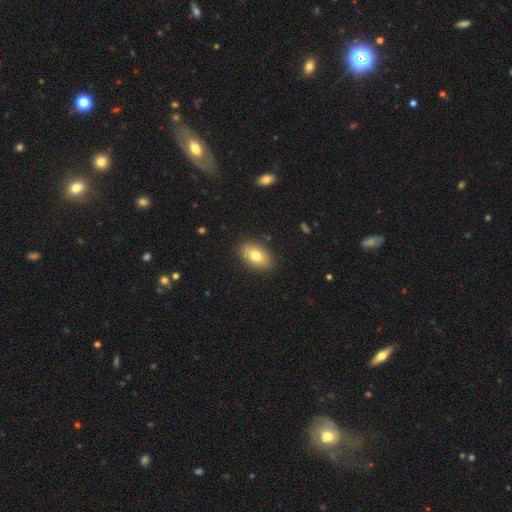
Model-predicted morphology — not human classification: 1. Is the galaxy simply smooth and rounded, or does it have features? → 78% smooth, 15% featured or disk, 8% star or artifact.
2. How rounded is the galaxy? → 90% in between, 8% round, 1% cigar-shaped.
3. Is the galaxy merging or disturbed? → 88% none, 9% minor disturbance, 2% major disturbance, 1% merger.